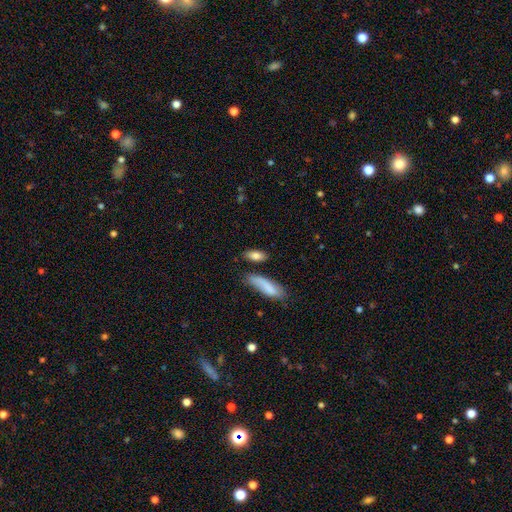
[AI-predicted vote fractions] Smooth or featured? smooth (82%)
How rounded? in between (69%)
Merging? none (73%)